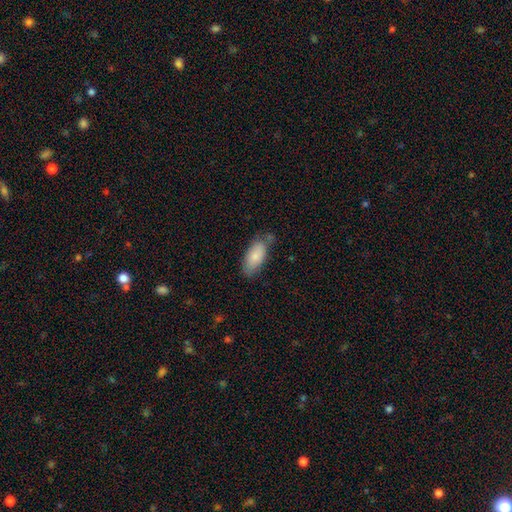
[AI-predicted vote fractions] A smooth galaxy with no disk features (83%) that is in between round and cigar-shaped (88%). Merging: none (63%).